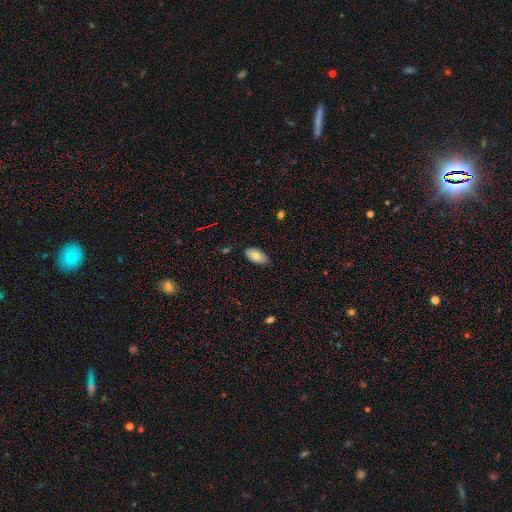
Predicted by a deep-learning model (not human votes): A smooth galaxy with no disk features (73%) that is in between round and cigar-shaped (94%). Merging: none (83%).